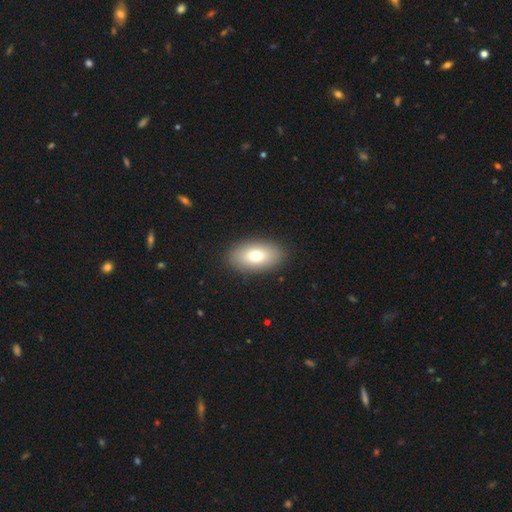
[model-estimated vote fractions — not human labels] Overall: smooth (75%). How rounded: in between (92%). Merging: none (89%).